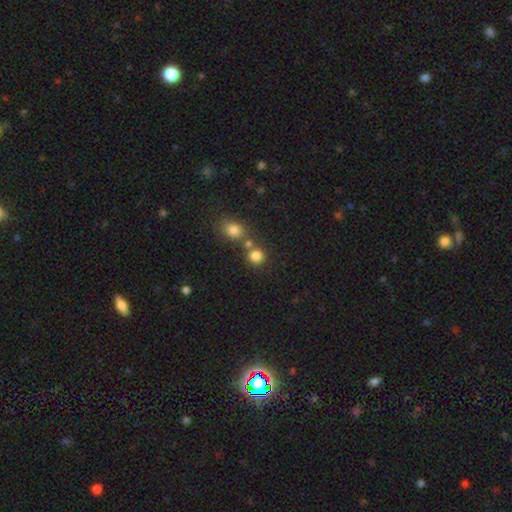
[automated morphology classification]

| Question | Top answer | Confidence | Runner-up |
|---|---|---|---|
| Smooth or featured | smooth | 81% | star or artifact (13%) |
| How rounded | round | 86% | in between (13%) |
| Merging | none | 61% | merger (27%) |